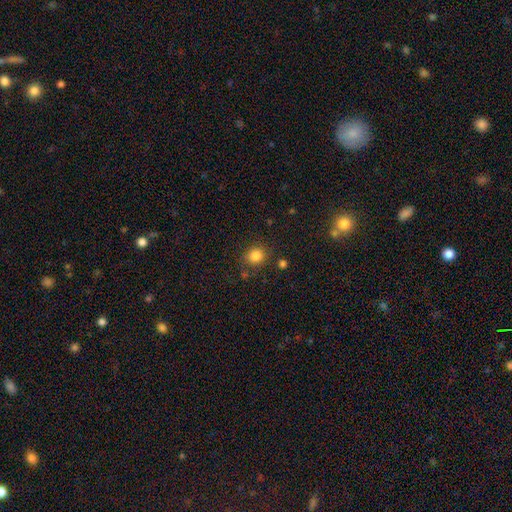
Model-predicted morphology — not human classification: Smooth or featured? Predicted: smooth (p=0.84). How rounded? Predicted: round (p=0.78). Merging? Predicted: none (p=0.80).